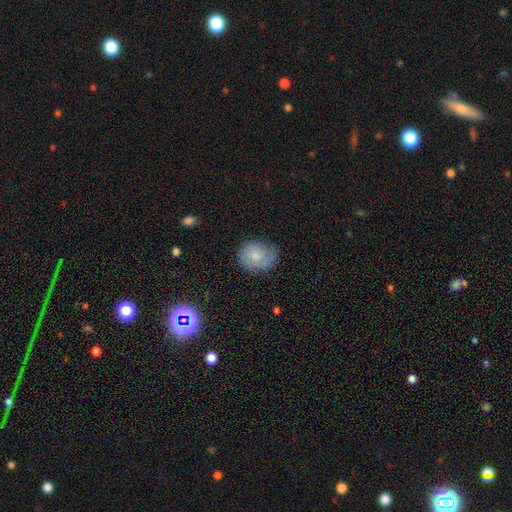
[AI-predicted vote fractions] Q: Smooth or featured?
A: smooth (61%); runner-up: featured or disk (30%)
Q: How rounded?
A: round (55%); runner-up: in between (44%)
Q: Merging?
A: none (66%); runner-up: minor disturbance (24%)